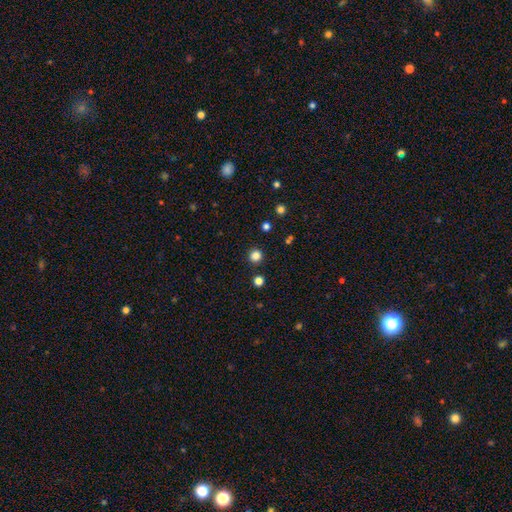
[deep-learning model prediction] smooth_or_featured: smooth (p=0.83) [alt: star or artifact p=0.14]
how_rounded: round (p=0.95) [alt: in between p=0.04]
merging: none (p=0.92) [alt: minor disturbance p=0.05]